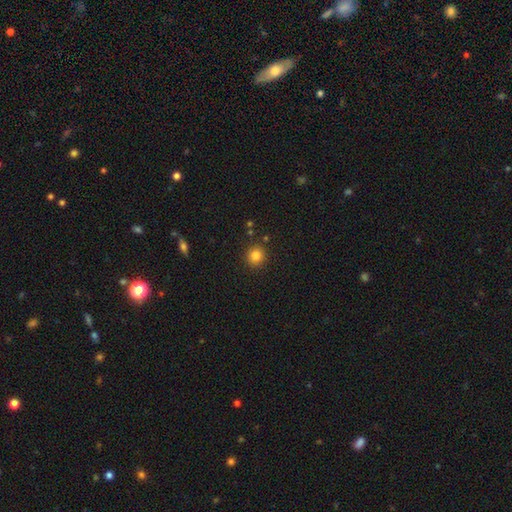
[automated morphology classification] smooth-or-featured: smooth: 83% | star or artifact: 12% | featured or disk: 5%
  how-rounded: round: 92% | in between: 7% | cigar-shaped: 1%
  merging: none: 89% | minor disturbance: 6% | merger: 3% | major disturbance: 2%